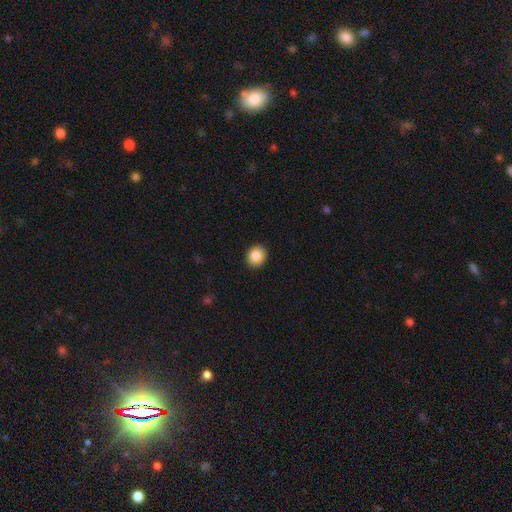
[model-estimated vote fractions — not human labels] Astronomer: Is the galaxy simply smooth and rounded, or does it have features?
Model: smooth — 86%.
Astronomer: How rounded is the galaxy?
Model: round — 70%.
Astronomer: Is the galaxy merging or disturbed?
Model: none — 92%.